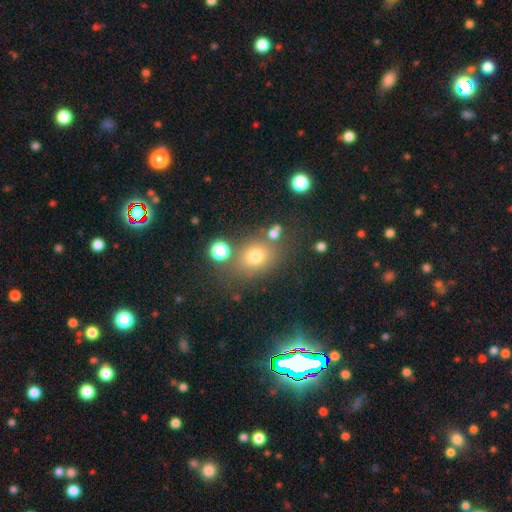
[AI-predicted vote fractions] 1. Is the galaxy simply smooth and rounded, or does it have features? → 72% smooth, 17% star or artifact, 11% featured or disk.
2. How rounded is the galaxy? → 54% round, 45% in between, 1% cigar-shaped.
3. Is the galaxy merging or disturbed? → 70% none, 14% minor disturbance, 10% merger, 6% major disturbance.